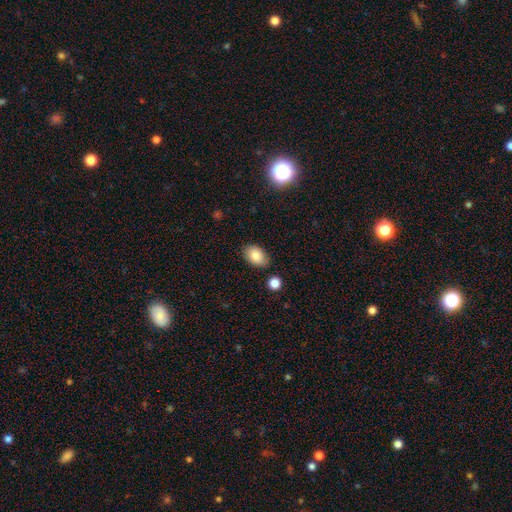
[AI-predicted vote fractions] Q: Smooth or featured?
A: smooth (85%); runner-up: star or artifact (8%)
Q: How rounded?
A: in between (86%); runner-up: round (13%)
Q: Merging?
A: none (82%); runner-up: minor disturbance (13%)